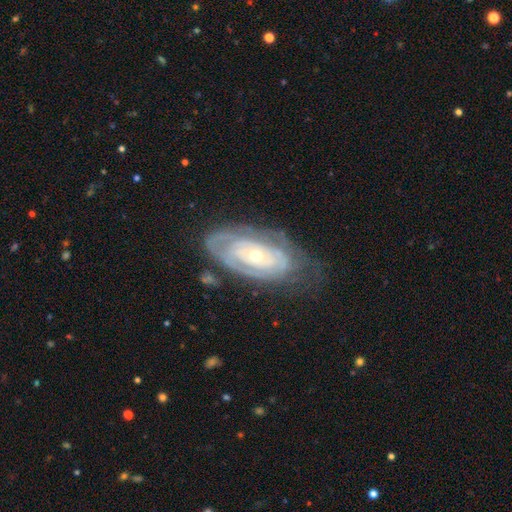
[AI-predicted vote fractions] This appears to be a featured or disk galaxy (80%) with no bar (81%), tight (79%) spiral arms (76%) and a small central bulge (60%). Merging: none (63%).